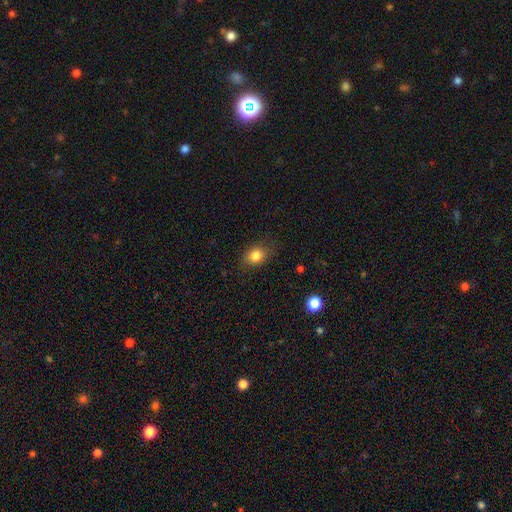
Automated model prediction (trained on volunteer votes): A smooth galaxy with no disk features (84%) that is in between round and cigar-shaped (54%). Merging: none (78%).